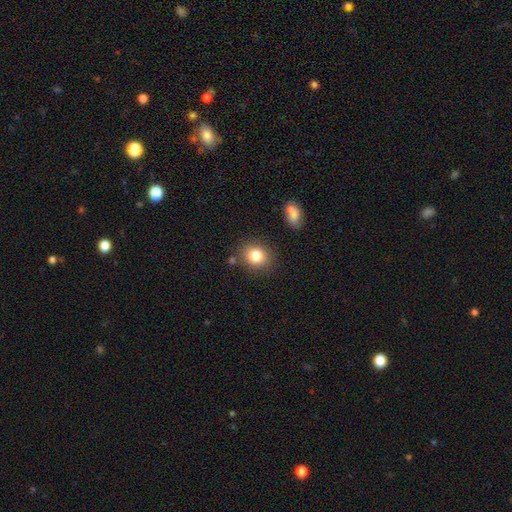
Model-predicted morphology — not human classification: Overall: smooth (82%). How rounded: round (68%; in between 31%). Merging: none (81%).